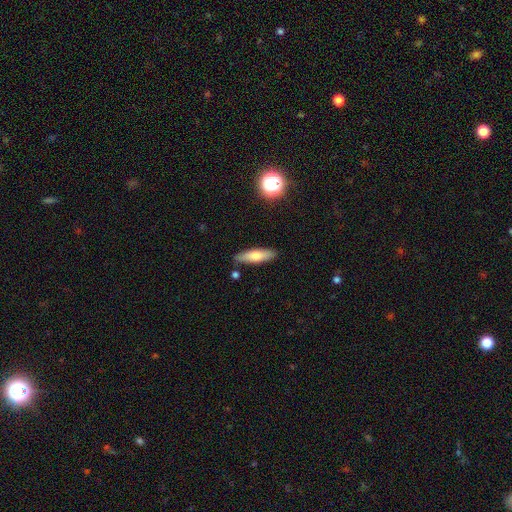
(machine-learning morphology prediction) Smooth or featured? Predicted: smooth (p=0.67). How rounded? Predicted: cigar-shaped (p=0.61). Merging? Predicted: none (p=0.84).